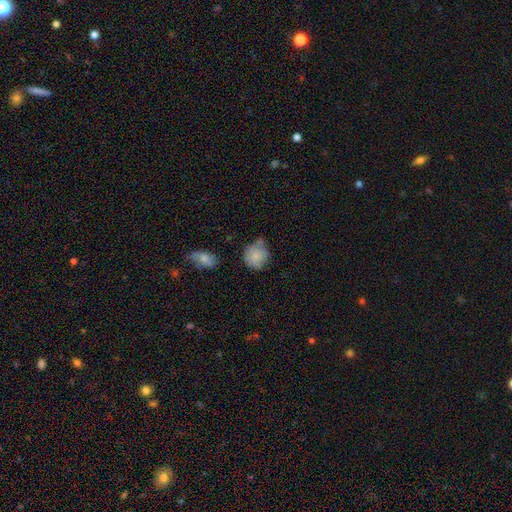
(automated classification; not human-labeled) smooth-or-featured: smooth: 82% | featured or disk: 11% | star or artifact: 8%
  how-rounded: round: 84% | in between: 15% | cigar-shaped: 1%
  merging: none: 56% | minor disturbance: 27% | merger: 11% | major disturbance: 6%